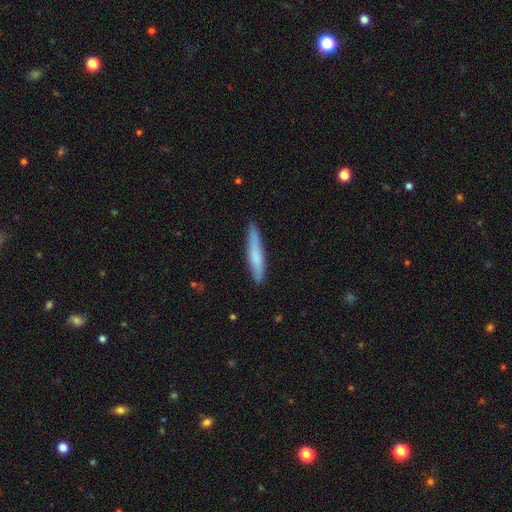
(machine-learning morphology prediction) smooth_or_featured: smooth (p=0.68) [alt: featured or disk p=0.26]
how_rounded: cigar-shaped (p=0.93) [alt: in between p=0.06]
merging: none (p=0.86) [alt: minor disturbance p=0.11]